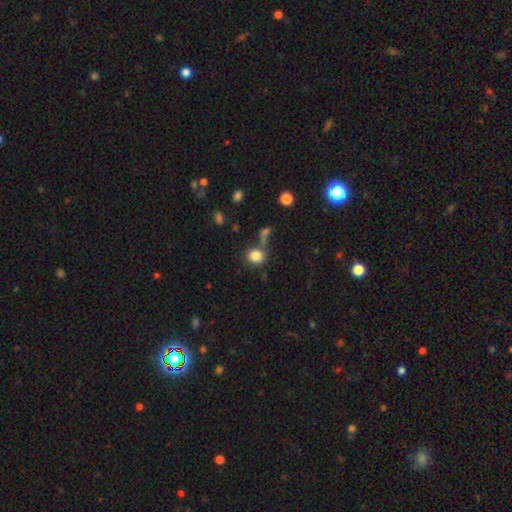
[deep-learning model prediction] smooth_or_featured: smooth (p=0.83) [alt: star or artifact p=0.11]
how_rounded: round (p=0.69) [alt: in between p=0.30]
merging: none (p=0.65) [alt: merger p=0.15]